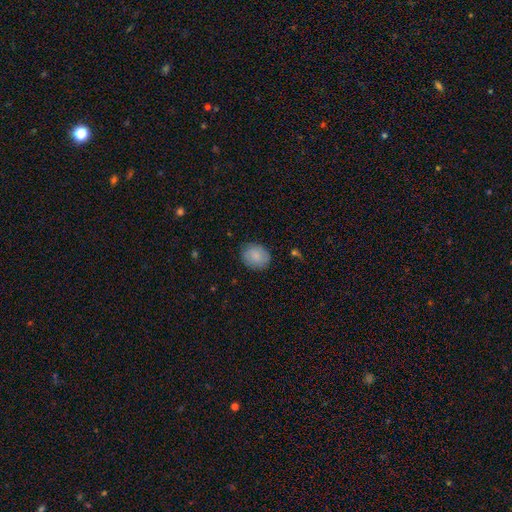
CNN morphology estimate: This appears to be a smooth galaxy with no disk features (84%) that is round (62%). Merging: none (84%).